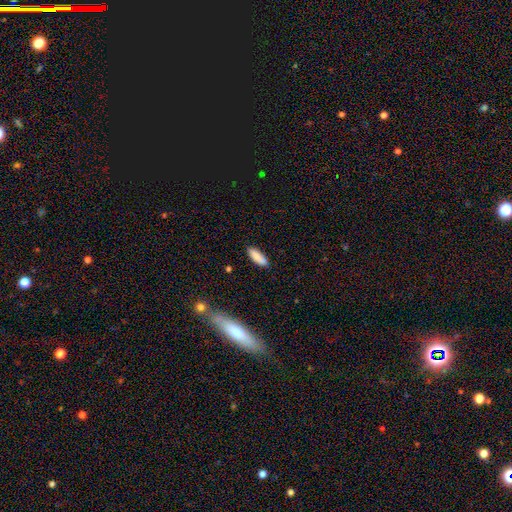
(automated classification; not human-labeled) Smooth or featured: smooth — 88% (star or artifact — 7%)
How rounded: in between — 54% (cigar-shaped — 44%)
Merging: none — 83% (minor disturbance — 12%)